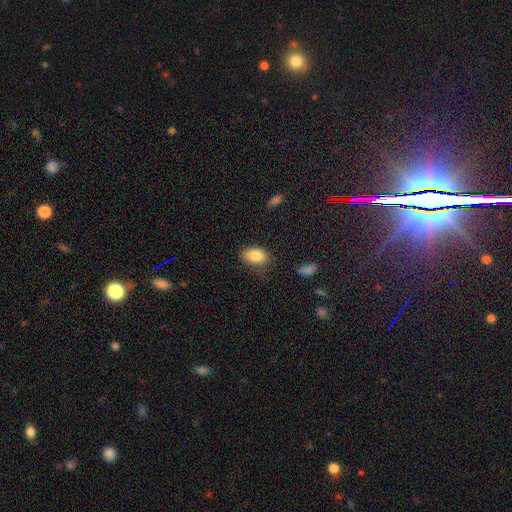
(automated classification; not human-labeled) This is clearly a smooth galaxy (86%). How rounded: clearly in between (90%). Merging: likely none (76%).